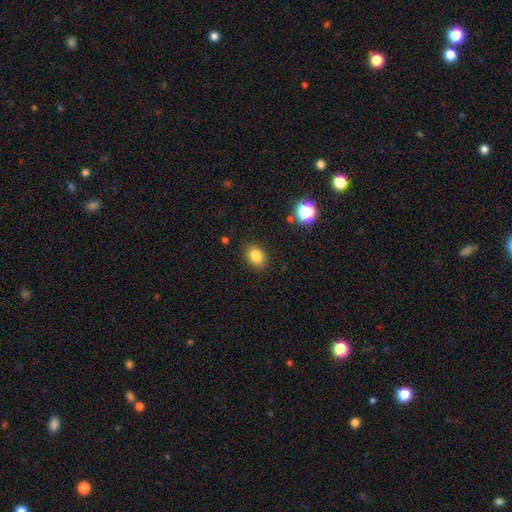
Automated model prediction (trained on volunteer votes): Smooth or featured? Predicted: smooth (p=0.83). How rounded? Predicted: in between (p=0.64). Merging? Predicted: none (p=0.87).